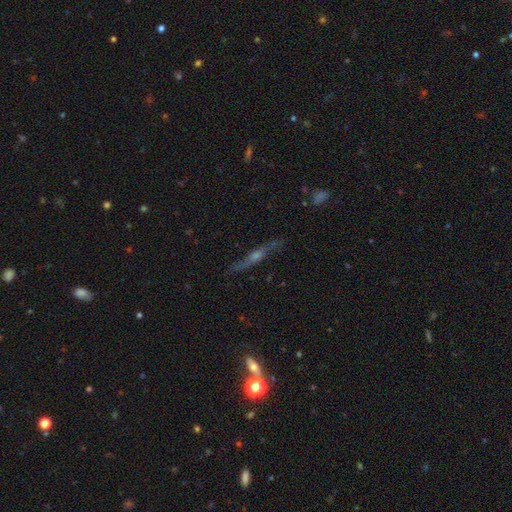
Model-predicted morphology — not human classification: type=featured or disk (74%); edge-on=yes (82%); edge-on bulge=rounded (81%); merging=none (79%).